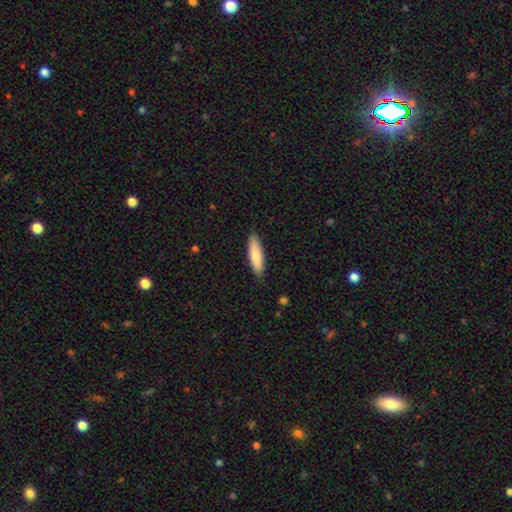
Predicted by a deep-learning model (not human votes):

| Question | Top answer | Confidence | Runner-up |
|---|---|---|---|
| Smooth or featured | smooth | 80% | featured or disk (15%) |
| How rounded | cigar-shaped | 69% | in between (29%) |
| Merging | none | 89% | minor disturbance (9%) |